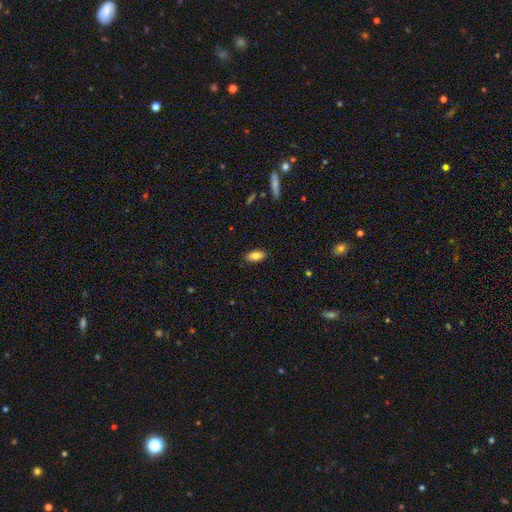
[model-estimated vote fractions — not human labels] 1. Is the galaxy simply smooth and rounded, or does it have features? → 85% smooth, 7% star or artifact, 7% featured or disk.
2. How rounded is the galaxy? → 87% in between, 10% cigar-shaped, 3% round.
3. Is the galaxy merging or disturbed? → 87% none, 10% minor disturbance, 2% major disturbance, 1% merger.